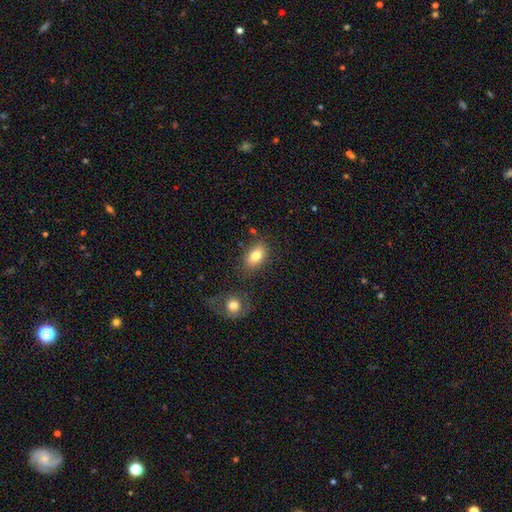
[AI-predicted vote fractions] The model was most divided on "merging": none: 76%, minor disturbance: 13%, merger: 7%, major disturbance: 4%. More confident: how rounded — in between (87%); smooth or featured — smooth (80%).